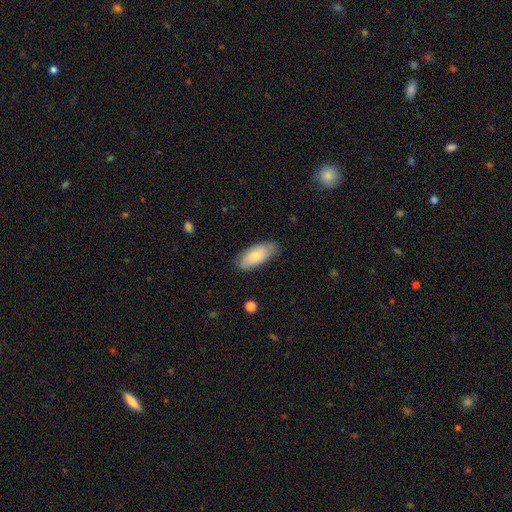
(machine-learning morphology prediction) Smooth or featured? smooth (72%)
How rounded? in between (88%)
Merging? none (78%)